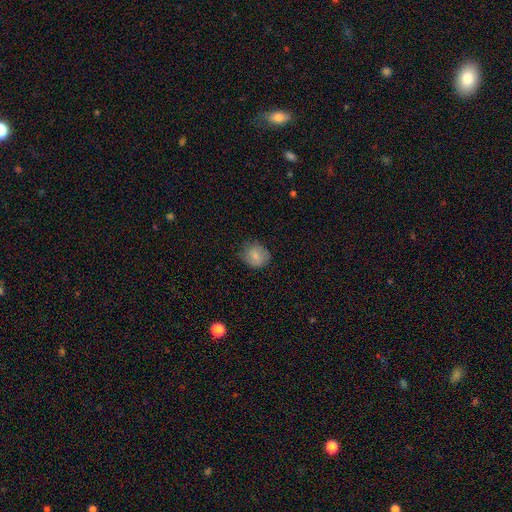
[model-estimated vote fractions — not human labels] Smooth or featured: smooth — 76% (featured or disk — 16%)
How rounded: round — 69% (in between — 30%)
Merging: none — 69% (minor disturbance — 24%)